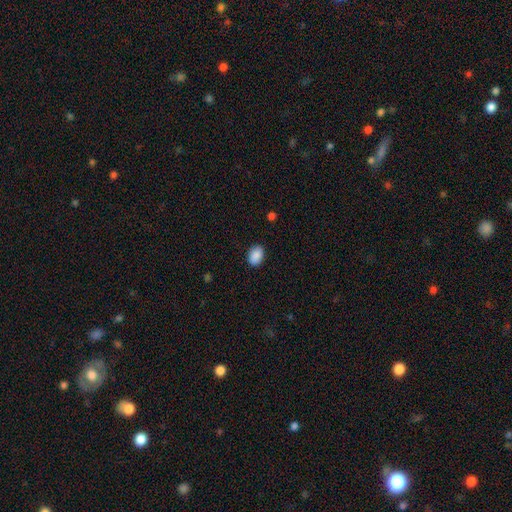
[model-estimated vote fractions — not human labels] smooth_or_featured: smooth (p=0.90) [alt: star or artifact p=0.07]
how_rounded: in between (p=0.82) [alt: round p=0.17]
merging: none (p=0.87) [alt: minor disturbance p=0.09]